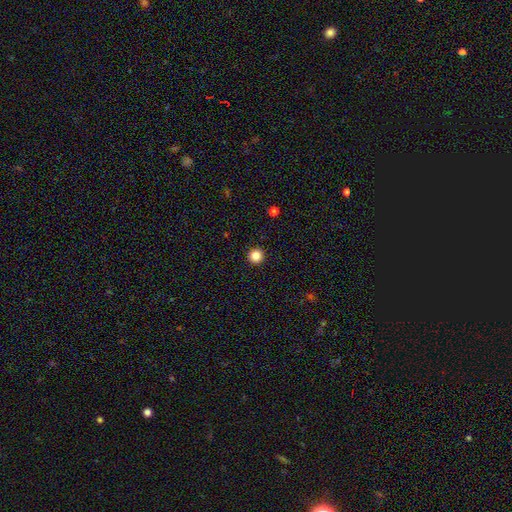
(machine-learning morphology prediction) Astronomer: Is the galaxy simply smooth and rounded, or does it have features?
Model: smooth — 85%.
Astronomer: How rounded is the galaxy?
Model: round — 96%.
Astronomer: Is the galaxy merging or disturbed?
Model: none — 94%.